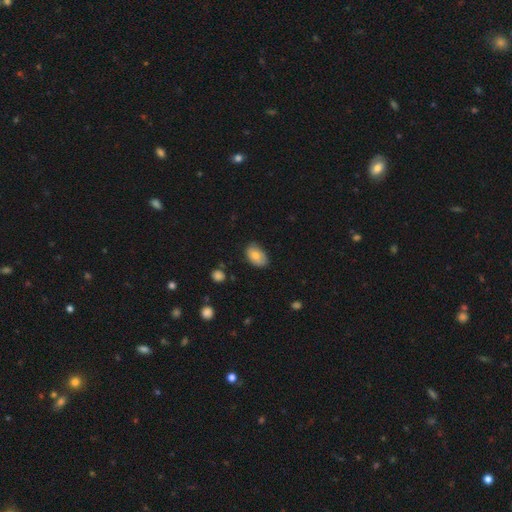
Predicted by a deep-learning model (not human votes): smooth-or-featured: smooth: 78% | featured or disk: 15% | star or artifact: 7%
  how-rounded: in between: 90% | round: 9% | cigar-shaped: 1%
  merging: none: 75% | minor disturbance: 20% | major disturbance: 3% | merger: 1%